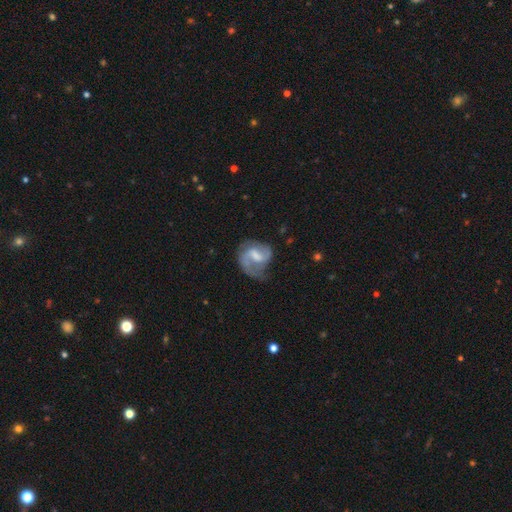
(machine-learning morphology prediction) The model was most divided on "bulge size": moderate: 36%, small: 30%, none: 23%, large: 9%, dominant: 1%. More confident: edge-on disk — no (98%); spiral arms — yes (93%); smooth or featured — featured or disk (78%); spiral arm count — 2 (77%); bar — weak (56%); merging — none (55%); spiral winding — medium (51%).